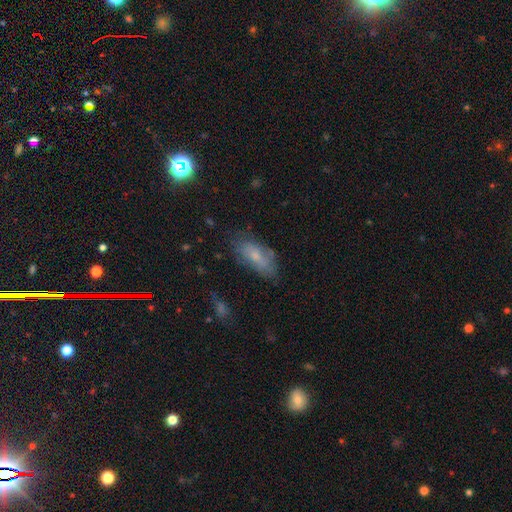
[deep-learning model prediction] Overall: smooth (63%; featured or disk 28%). How rounded: in between (84%). Merging: none (63%; minor disturbance 25%).